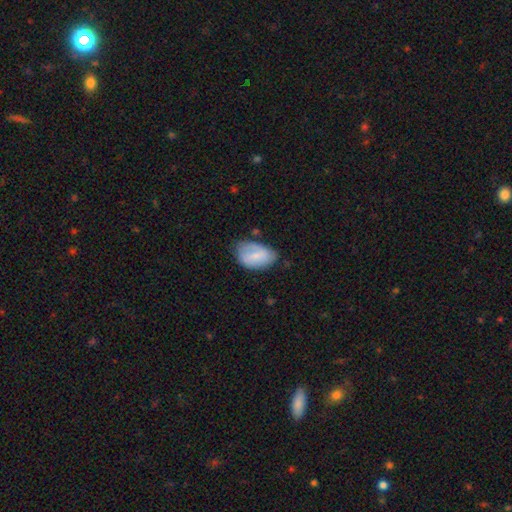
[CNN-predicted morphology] A smooth galaxy with no disk features (65%) that is in between round and cigar-shaped (90%).

Vote fractions:
- Smooth or featured? smooth: 65% / featured or disk: 28% / star or artifact: 7%
- How rounded? in between: 90% / round: 9% / cigar-shaped: 1%
- Merging? none: 56% / minor disturbance: 32% / major disturbance: 9% / merger: 3%